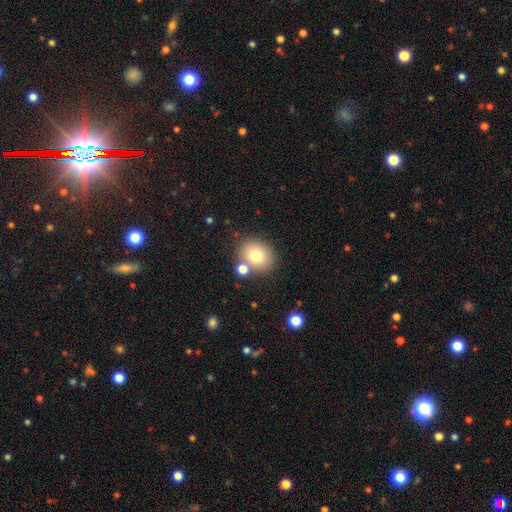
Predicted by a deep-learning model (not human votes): smooth 76%, featured or disk 13%, star or artifact 11%. Down the decision tree: how rounded — round (69%); merging — none (72%).